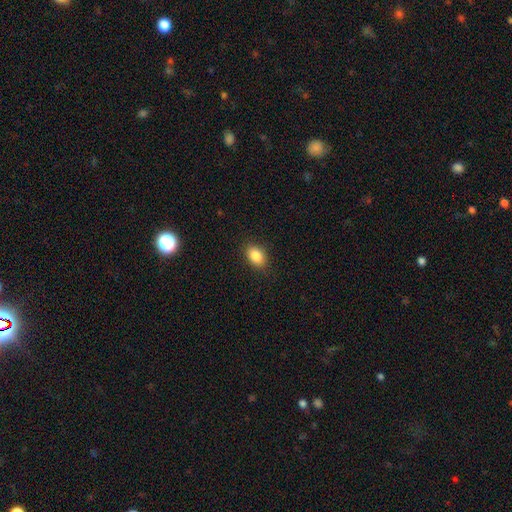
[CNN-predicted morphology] smooth-or-featured: smooth: 86% | star or artifact: 8% | featured or disk: 5%
  how-rounded: in between: 84% | round: 15% | cigar-shaped: 2%
  merging: none: 88% | minor disturbance: 9% | major disturbance: 2% | merger: 1%